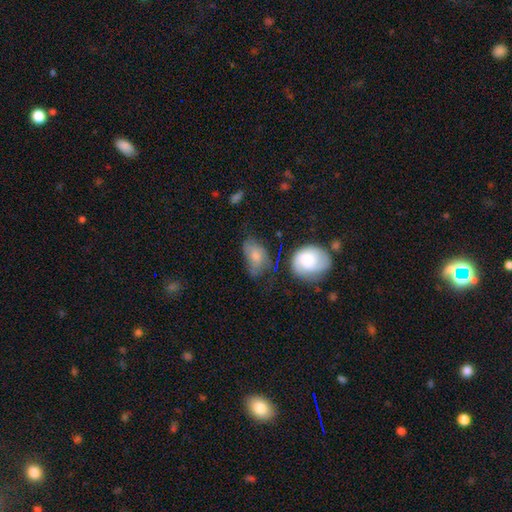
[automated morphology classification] A smooth galaxy with no disk features (60%) that is in between round and cigar-shaped (85%). Merging: none (41%).